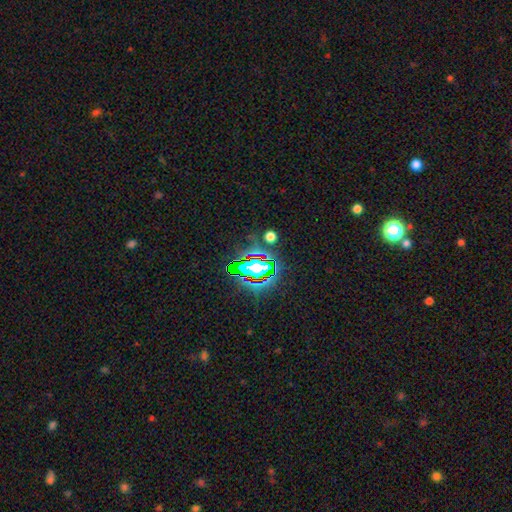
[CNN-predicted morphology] Smooth or featured?
  - star or artifact: 69% *
  - smooth: 19%
  - featured or disk: 12%